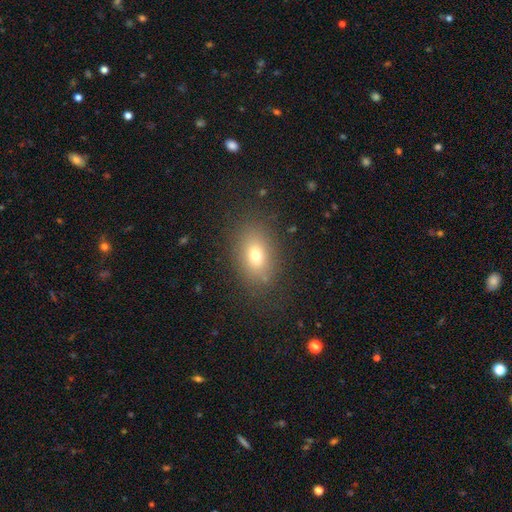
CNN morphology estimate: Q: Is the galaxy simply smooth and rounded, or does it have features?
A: smooth — 72%.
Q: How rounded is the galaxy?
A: in between — 79%.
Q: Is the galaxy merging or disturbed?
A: none — 82%.